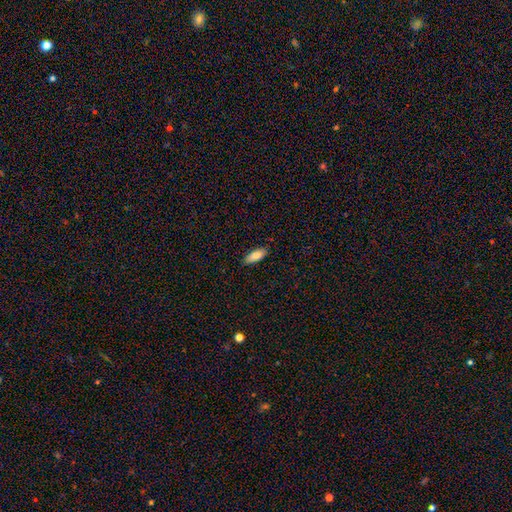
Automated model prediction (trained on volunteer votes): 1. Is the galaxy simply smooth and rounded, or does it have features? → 83% smooth, 11% featured or disk, 6% star or artifact.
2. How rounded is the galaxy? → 79% in between, 20% cigar-shaped, 2% round.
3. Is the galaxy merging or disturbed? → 87% none, 10% minor disturbance, 2% major disturbance, 1% merger.